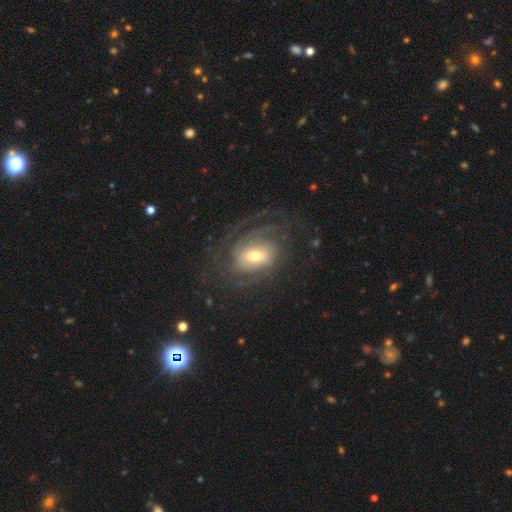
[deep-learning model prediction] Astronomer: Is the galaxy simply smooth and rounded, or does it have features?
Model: featured or disk — 83%.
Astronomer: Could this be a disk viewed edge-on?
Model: no — 97%.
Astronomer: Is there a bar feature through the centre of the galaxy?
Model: weak — 43% (runner-up: no, 40%).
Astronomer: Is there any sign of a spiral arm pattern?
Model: yes — 94%.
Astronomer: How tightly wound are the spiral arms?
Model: tight — 49% (runner-up: medium, 36%).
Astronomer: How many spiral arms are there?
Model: can't tell — 31% (runner-up: 2, 27%).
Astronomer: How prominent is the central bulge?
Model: moderate — 52% (runner-up: small, 36%).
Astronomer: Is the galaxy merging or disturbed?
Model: none — 66%.